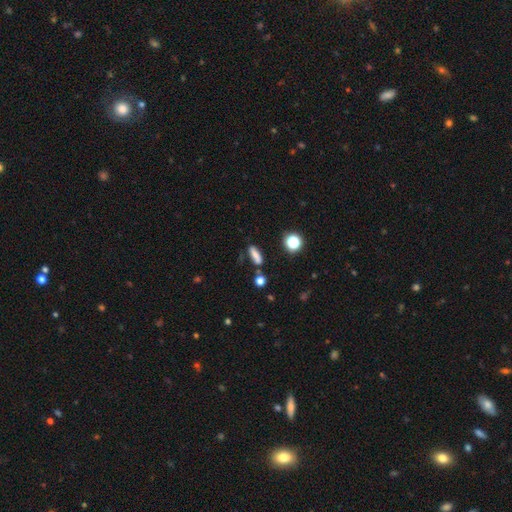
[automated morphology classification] This is likely a smooth galaxy (75%). How rounded: possibly cigar-shaped (55%). Merging: likely none (75%).